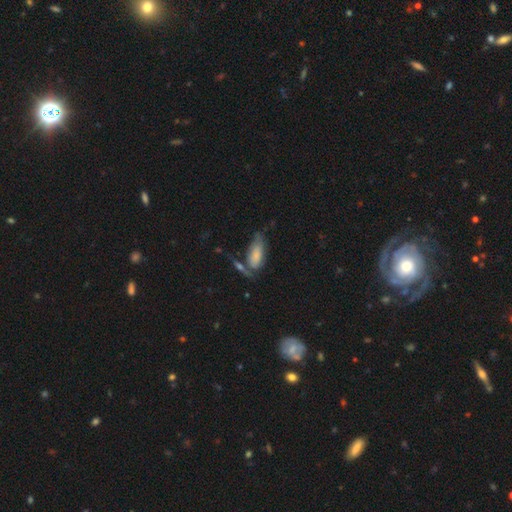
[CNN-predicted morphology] This is likely a smooth galaxy (75%). How rounded: likely in between (79%). Merging: possibly none (45%).